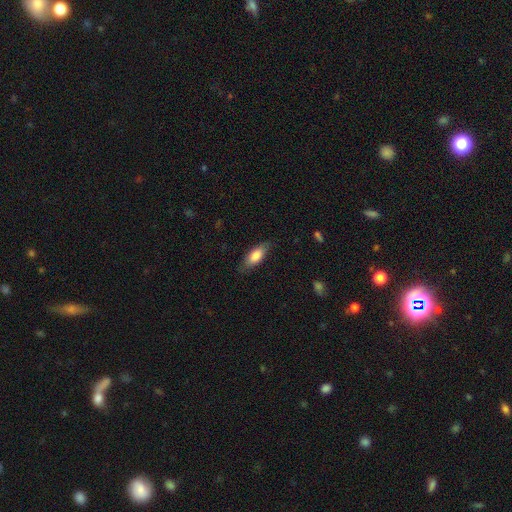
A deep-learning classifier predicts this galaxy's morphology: Smooth or featured? smooth (79%)
How rounded? in between (76%)
Merging? none (79%)